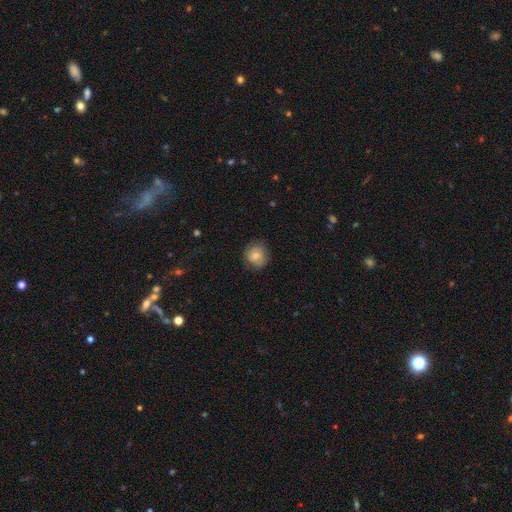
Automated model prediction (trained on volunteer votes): The model was most divided on "merging": none: 77%, minor disturbance: 17%, major disturbance: 5%, merger: 1%. More confident: how rounded — round (83%); smooth or featured — smooth (77%).